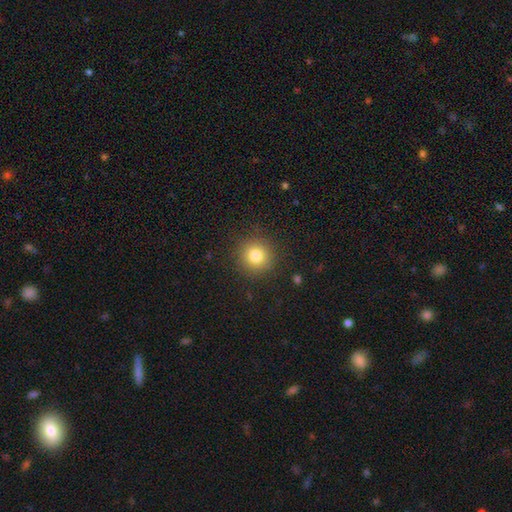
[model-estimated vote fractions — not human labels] Smooth or featured?
  - smooth: 81% *
  - star or artifact: 12%
  - featured or disk: 7%
How rounded?
  - round: 94% *
  - in between: 5%
  - cigar-shaped: 1%
Merging?
  - none: 89% *
  - minor disturbance: 7%
  - major disturbance: 3%
  - merger: 1%